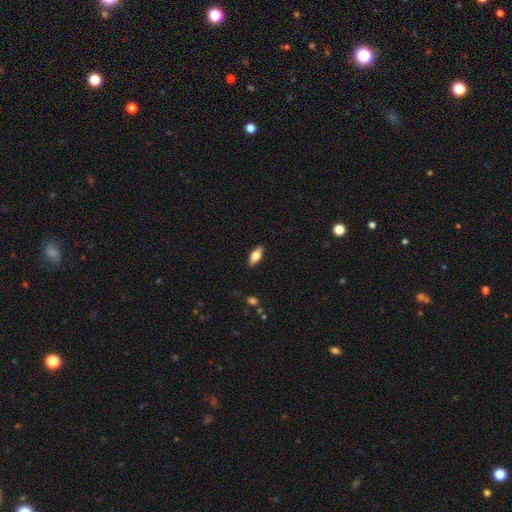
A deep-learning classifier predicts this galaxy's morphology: smooth_or_featured: smooth (p=0.57) [alt: featured or disk p=0.36]
how_rounded: in between (p=0.77) [alt: cigar-shaped p=0.19]
merging: none (p=0.87) [alt: minor disturbance p=0.09]